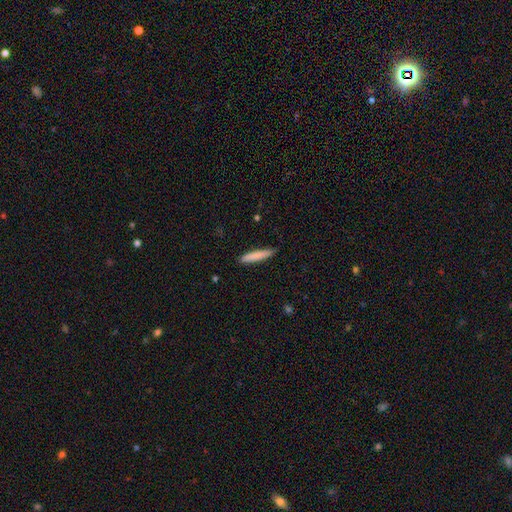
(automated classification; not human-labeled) Overall: smooth (82%). How rounded: cigar-shaped (91%). Merging: none (84%).